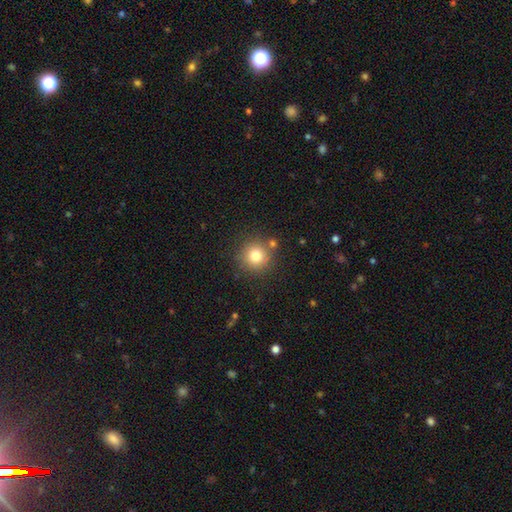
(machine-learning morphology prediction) Smooth or featured? smooth (79%)
How rounded? round (94%)
Merging? none (81%)